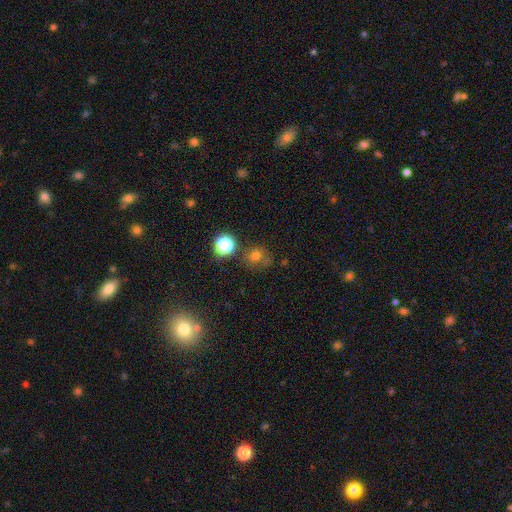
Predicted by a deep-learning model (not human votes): The model was most divided on "merging": none: 65%, minor disturbance: 18%, major disturbance: 9%, merger: 8%. More confident: how rounded — round (83%); smooth or featured — smooth (70%).